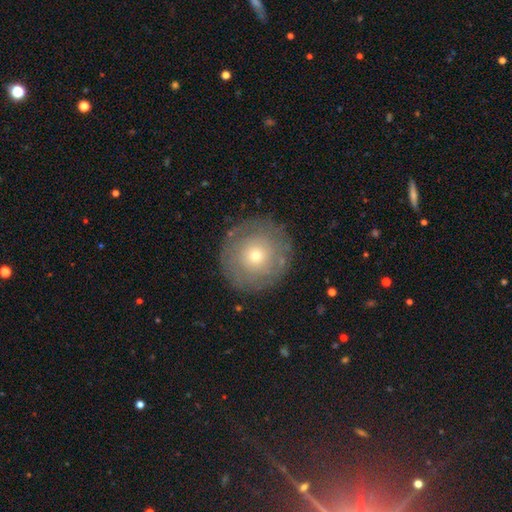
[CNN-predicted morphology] Overall: smooth (54%; featured or disk 36%). How rounded: round (93%). Merging: none (85%).